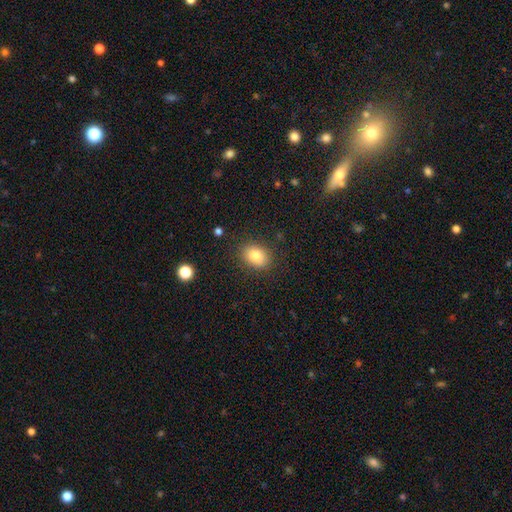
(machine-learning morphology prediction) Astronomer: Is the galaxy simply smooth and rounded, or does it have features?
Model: smooth — 83%.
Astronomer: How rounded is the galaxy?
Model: in between — 63%.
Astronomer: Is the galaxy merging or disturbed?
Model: none — 86%.